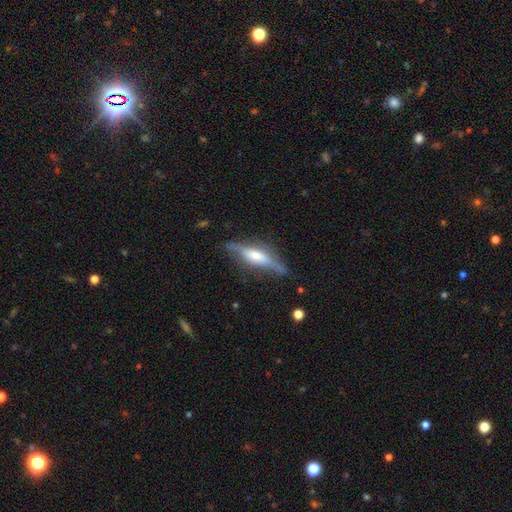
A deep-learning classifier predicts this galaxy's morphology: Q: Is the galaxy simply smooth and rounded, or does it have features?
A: featured or disk — 67%.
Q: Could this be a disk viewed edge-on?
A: yes — 89%.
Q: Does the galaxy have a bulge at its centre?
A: rounded — 76%.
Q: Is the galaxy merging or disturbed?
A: none — 75%.